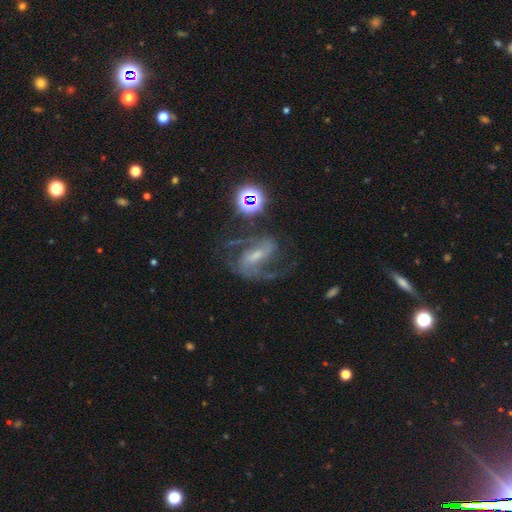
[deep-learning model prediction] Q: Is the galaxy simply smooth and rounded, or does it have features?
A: featured or disk — 83%.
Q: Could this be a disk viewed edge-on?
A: no — 97%.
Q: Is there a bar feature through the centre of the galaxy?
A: weak — 45%.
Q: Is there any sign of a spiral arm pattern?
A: yes — 96%.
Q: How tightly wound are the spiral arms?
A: medium — 57%.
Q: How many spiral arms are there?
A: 2 — 81%.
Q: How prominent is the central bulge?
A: small — 50%.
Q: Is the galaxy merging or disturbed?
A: none — 60%.